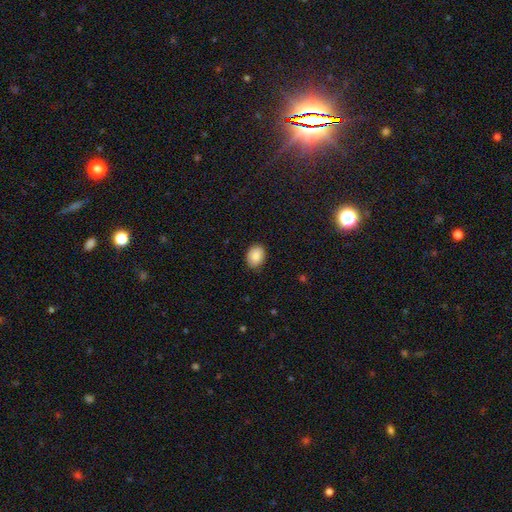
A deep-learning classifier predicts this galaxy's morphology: Q: Smooth or featured?
A: smooth (88%); runner-up: star or artifact (7%)
Q: How rounded?
A: in between (66%); runner-up: round (33%)
Q: Merging?
A: none (82%); runner-up: minor disturbance (15%)